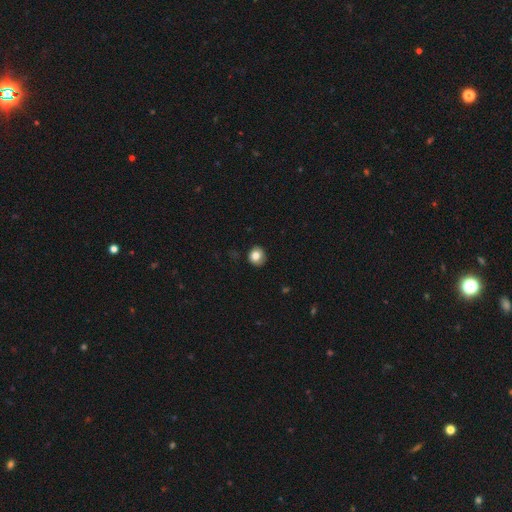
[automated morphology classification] Smooth or featured: smooth — 80% (featured or disk — 11%)
How rounded: round — 83% (in between — 16%)
Merging: none — 85% (minor disturbance — 12%)